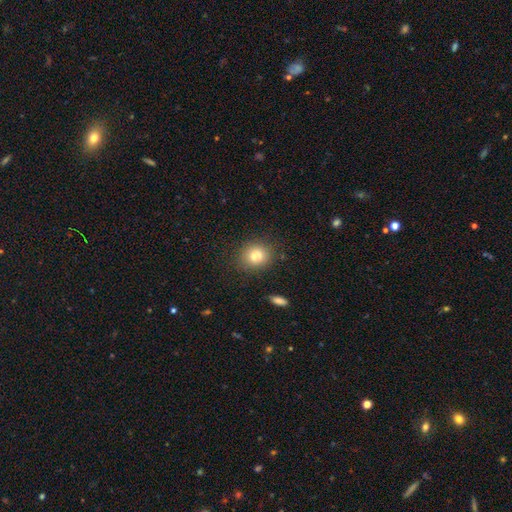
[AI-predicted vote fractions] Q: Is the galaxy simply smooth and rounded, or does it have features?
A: smooth — 80%.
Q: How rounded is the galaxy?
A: round — 72%.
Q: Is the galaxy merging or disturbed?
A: none — 74%.